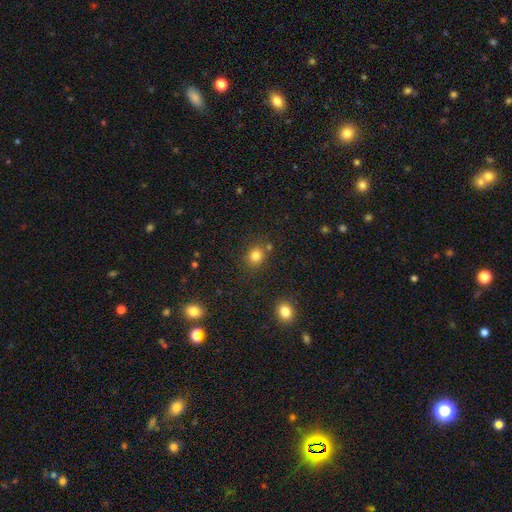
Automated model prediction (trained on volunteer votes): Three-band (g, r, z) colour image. It shows a smooth galaxy with no disk features (81%) that is round (73%). Merging: none (77%).